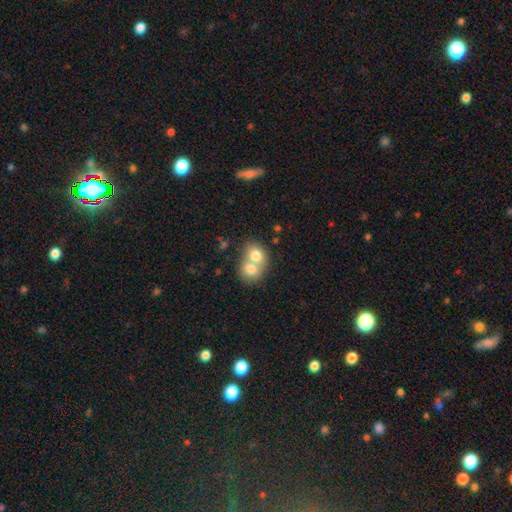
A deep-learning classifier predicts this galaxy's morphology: Smooth or featured? Predicted: smooth (p=0.73). How rounded? Predicted: round (p=0.59). Merging? Predicted: merger (p=0.72).